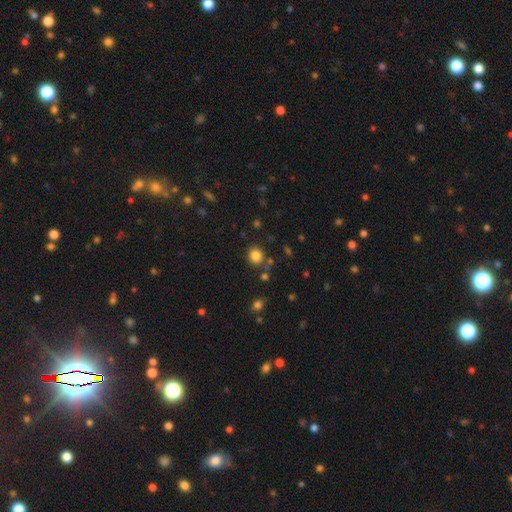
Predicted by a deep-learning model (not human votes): Morphology: type=smooth (82%); roundness=round (79%); merging=none (79%).